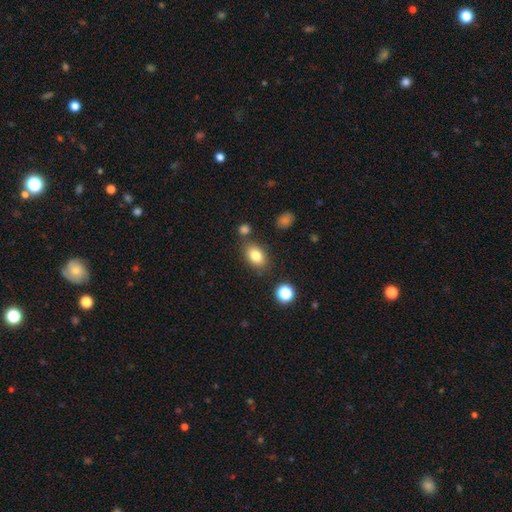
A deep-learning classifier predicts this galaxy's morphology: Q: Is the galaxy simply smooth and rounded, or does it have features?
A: smooth — 81%.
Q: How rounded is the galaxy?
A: in between — 83%.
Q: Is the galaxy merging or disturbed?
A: none — 77%.